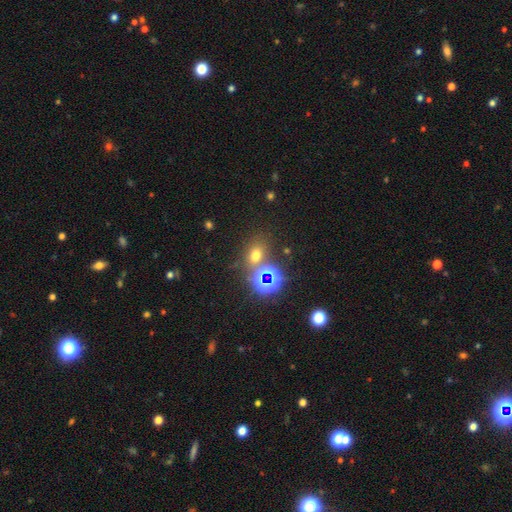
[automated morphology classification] smooth 55%, star or artifact 36%, featured or disk 9%. Down the decision tree: how rounded — in between (55%); merging — none (68%).